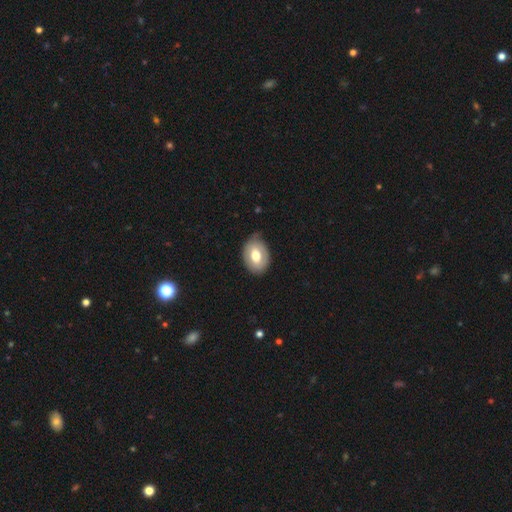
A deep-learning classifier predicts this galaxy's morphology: Smooth or featured? Predicted: smooth (p=0.63). How rounded? Predicted: in between (p=0.75). Merging? Predicted: none (p=0.73).